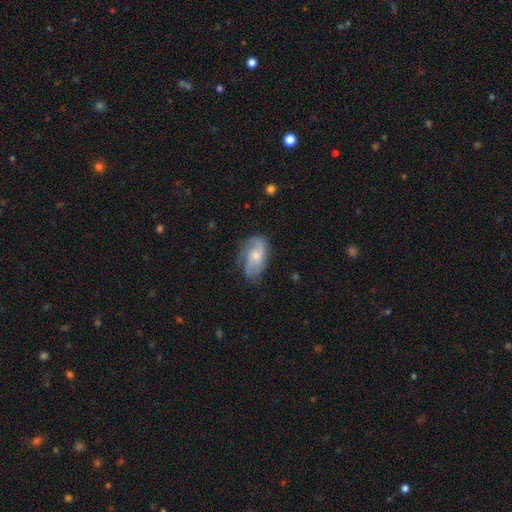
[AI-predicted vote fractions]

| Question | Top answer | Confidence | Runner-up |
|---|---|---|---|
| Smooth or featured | featured or disk | 66% | smooth (27%) |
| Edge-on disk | no | 96% | yes (4%) |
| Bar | no | 67% | weak (28%) |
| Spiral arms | yes | 91% | no (9%) |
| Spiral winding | loose | 43% | medium (40%) |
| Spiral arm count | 2 | 45% | 3 (24%) |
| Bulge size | small | 49% | moderate (42%) |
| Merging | none | 61% | minor disturbance (25%) |